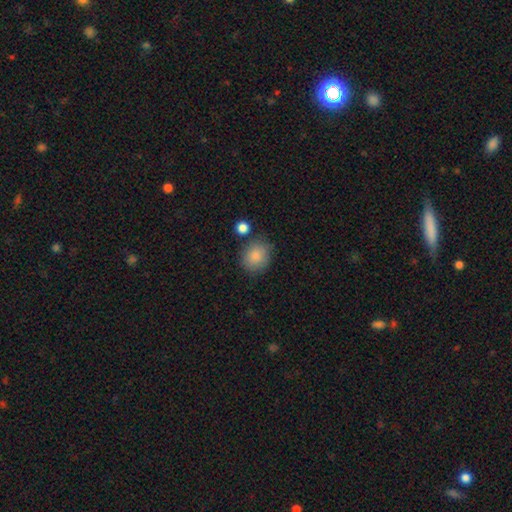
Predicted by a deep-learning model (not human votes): Smooth or featured? smooth (86%)
How rounded? round (69%)
Merging? none (76%)